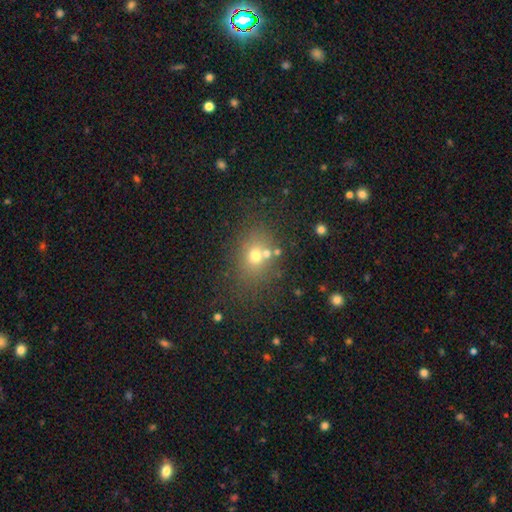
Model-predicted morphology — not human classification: Smooth or featured? smooth (66%)
How rounded? round (53%)
Merging? none (67%)